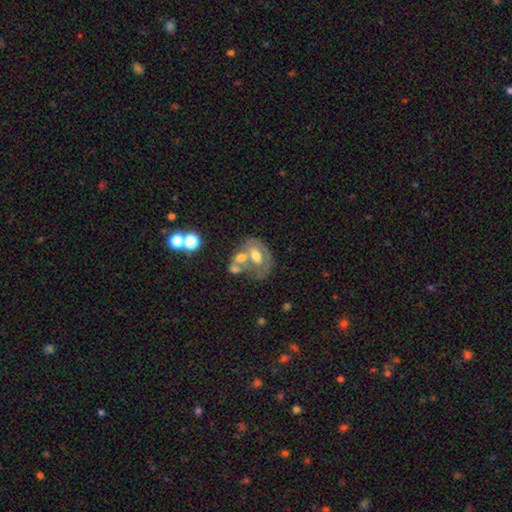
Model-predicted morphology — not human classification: featured or disk 56%, smooth 35%, star or artifact 9%. Down the decision tree: edge-on disk — no (95%); bar — no (68%); spiral arms — no (74%); bulge size — moderate (67%); merging — merger (49%).